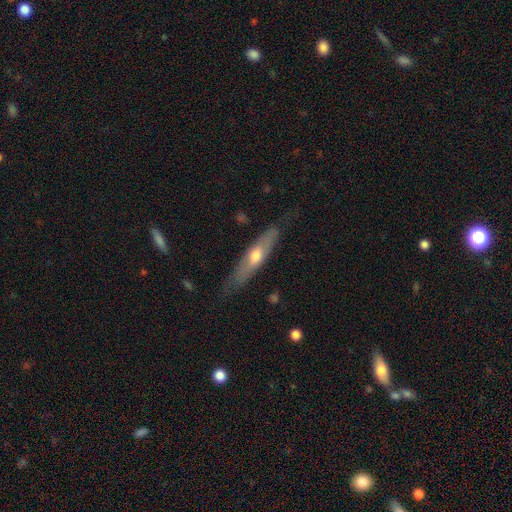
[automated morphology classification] type=featured or disk (54%); edge-on=yes (74%); merging=none (76%).